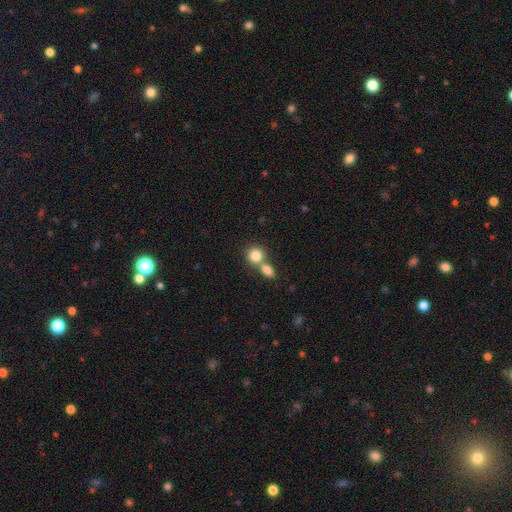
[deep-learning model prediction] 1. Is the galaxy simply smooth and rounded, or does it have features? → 82% smooth, 9% star or artifact, 9% featured or disk.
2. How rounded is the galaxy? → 79% round, 20% in between, 1% cigar-shaped.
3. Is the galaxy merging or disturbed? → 52% merger, 38% none, 7% minor disturbance, 3% major disturbance.